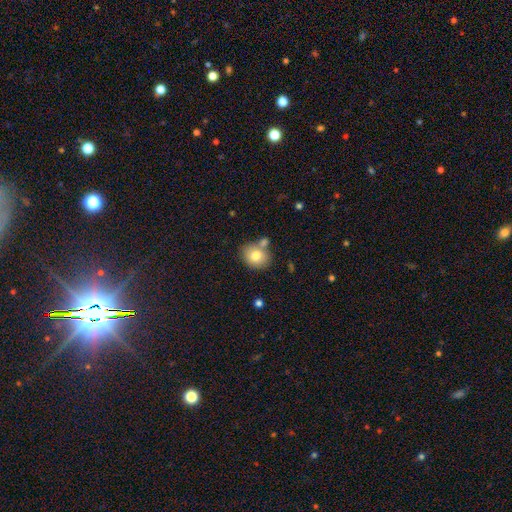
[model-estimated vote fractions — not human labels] Overall: smooth (79%). How rounded: round (62%; in between 37%). Merging: none (63%).